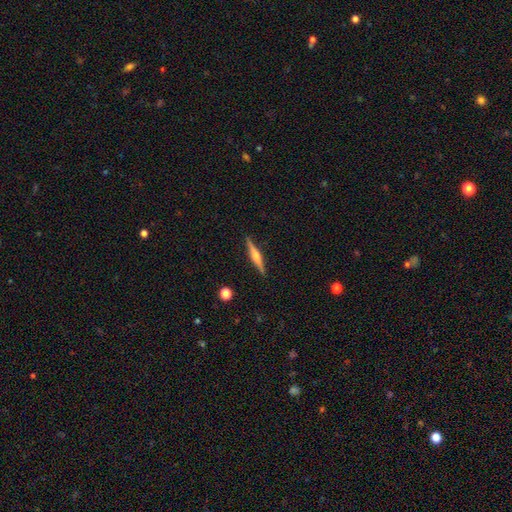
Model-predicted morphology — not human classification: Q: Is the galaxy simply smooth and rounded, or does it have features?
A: featured or disk — 69%.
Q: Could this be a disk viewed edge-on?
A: yes — 98%.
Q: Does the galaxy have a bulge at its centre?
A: rounded — 85%.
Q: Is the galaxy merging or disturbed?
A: none — 90%.